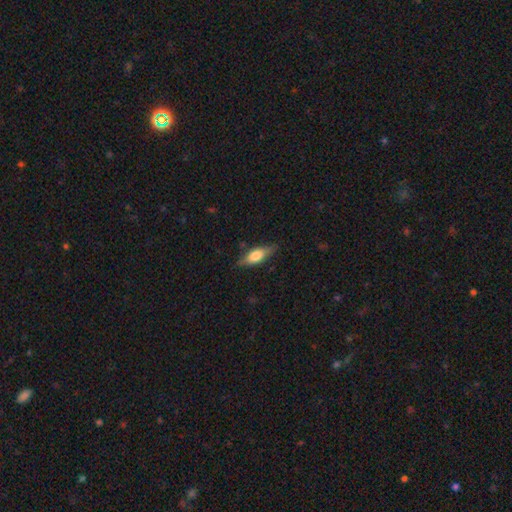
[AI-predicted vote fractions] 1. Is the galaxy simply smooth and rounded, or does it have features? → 61% smooth, 32% featured or disk, 6% star or artifact.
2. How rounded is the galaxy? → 63% in between, 34% cigar-shaped, 3% round.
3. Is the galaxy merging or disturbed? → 77% none, 18% minor disturbance, 4% major disturbance, 1% merger.